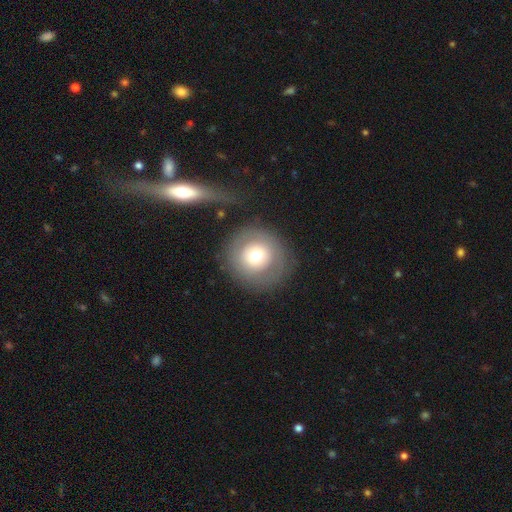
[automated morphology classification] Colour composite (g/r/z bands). It shows a smooth galaxy with no disk features (63%) that is round (92%). Merging: none (78%).